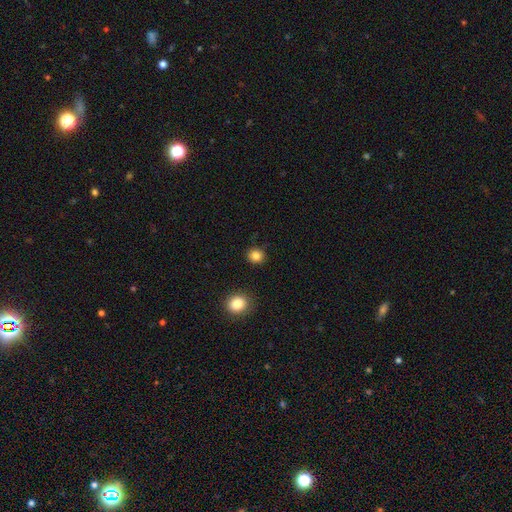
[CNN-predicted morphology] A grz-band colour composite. It shows a smooth galaxy with no disk features (84%) that is round (86%). Merging: none (89%).